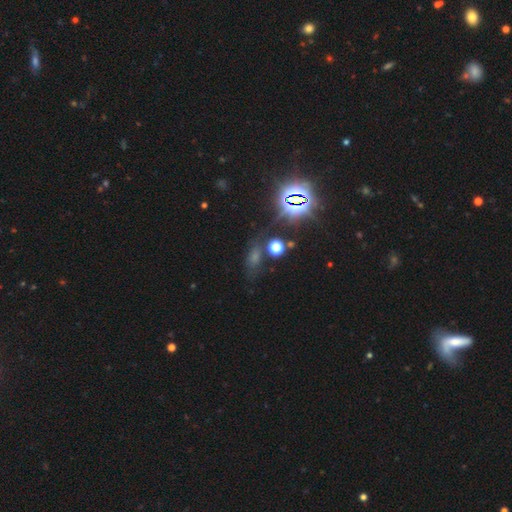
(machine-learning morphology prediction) A star or artifact, not a galaxy (56%).